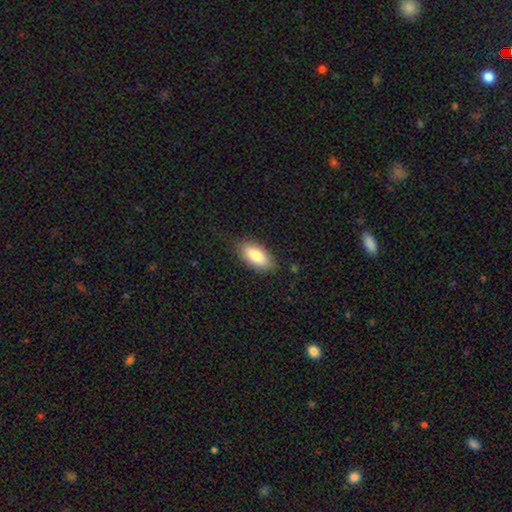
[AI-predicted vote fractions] Smooth or featured? smooth (85%)
How rounded? in between (90%)
Merging? none (84%)